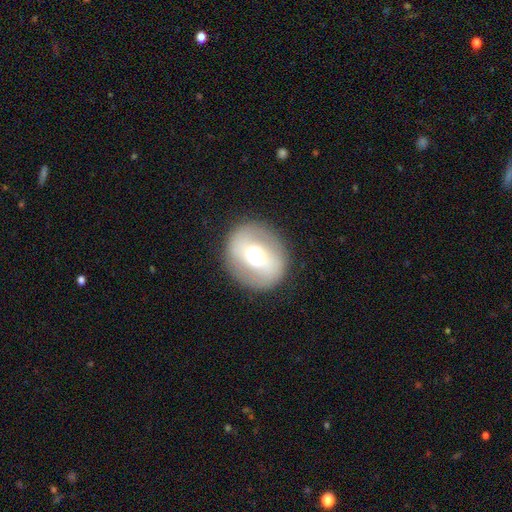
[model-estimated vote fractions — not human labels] This appears to be a smooth galaxy with no disk features (47%). Merging: none (85%).